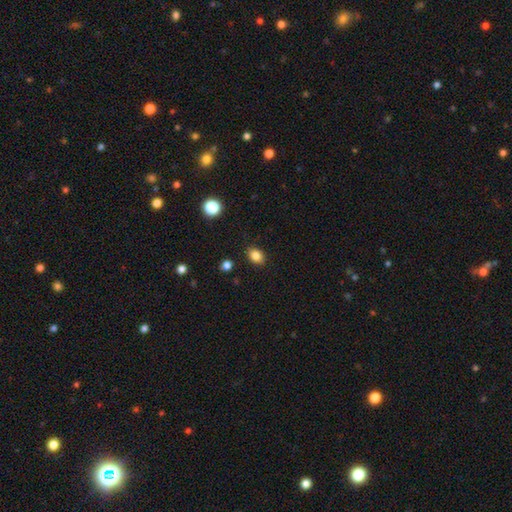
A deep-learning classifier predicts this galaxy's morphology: Overall: smooth (84%). How rounded: in between (69%; round 30%). Merging: none (87%).